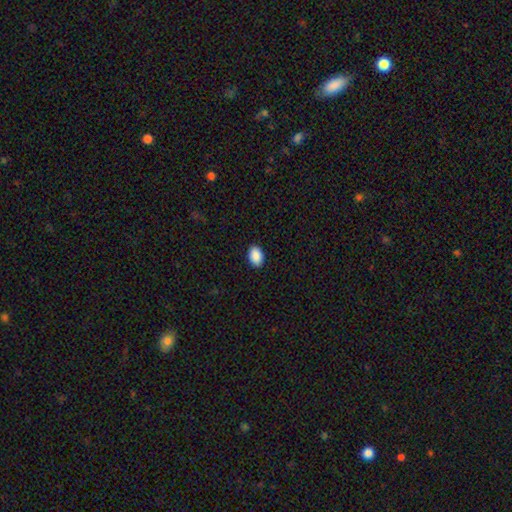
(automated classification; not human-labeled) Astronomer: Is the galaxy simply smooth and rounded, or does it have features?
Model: smooth — 91%.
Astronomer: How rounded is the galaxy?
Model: in between — 85%.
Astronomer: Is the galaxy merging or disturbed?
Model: none — 91%.